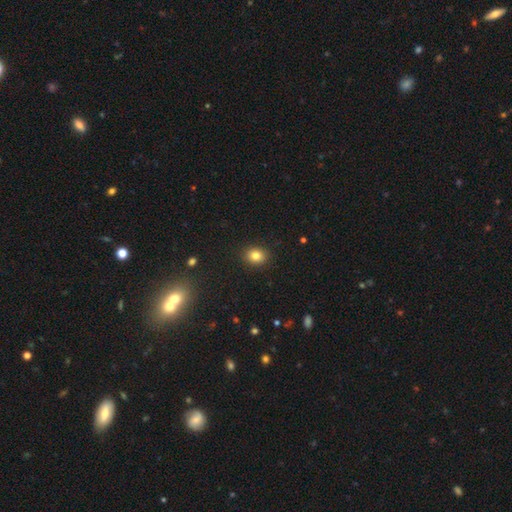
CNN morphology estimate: This is clearly a smooth galaxy (82%). How rounded: possibly round (54%). Merging: clearly none (90%).